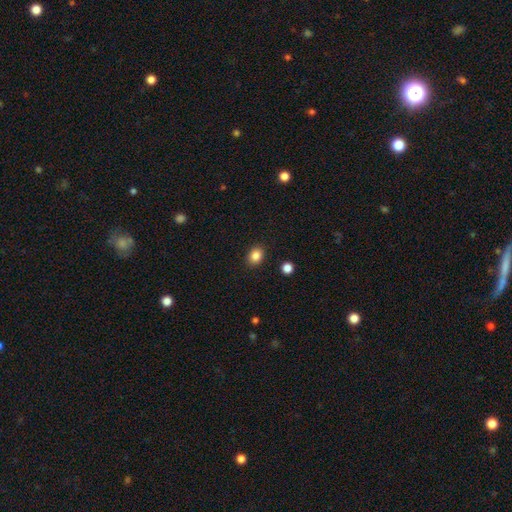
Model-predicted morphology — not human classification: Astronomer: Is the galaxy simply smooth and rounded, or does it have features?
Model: smooth — 86%.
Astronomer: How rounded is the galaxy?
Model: in between — 51% (runner-up: round, 48%).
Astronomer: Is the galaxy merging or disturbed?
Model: none — 90%.